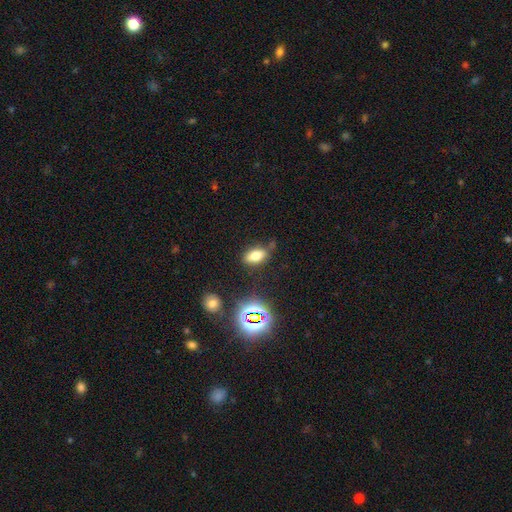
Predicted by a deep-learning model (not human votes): smooth-or-featured: smooth: 69% | star or artifact: 17% | featured or disk: 14%
  how-rounded: in between: 85% | cigar-shaped: 8% | round: 8%
  merging: none: 70% | minor disturbance: 19% | major disturbance: 5% | merger: 5%